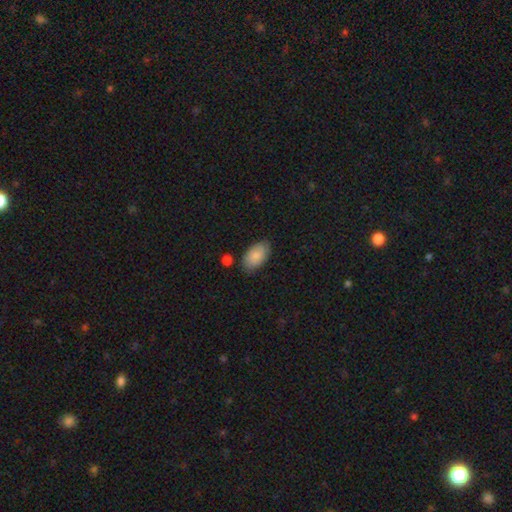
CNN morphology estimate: smooth-or-featured: smooth: 86% | featured or disk: 8% | star or artifact: 6%
  how-rounded: in between: 94% | round: 4% | cigar-shaped: 2%
  merging: none: 78% | minor disturbance: 16% | major disturbance: 3% | merger: 3%